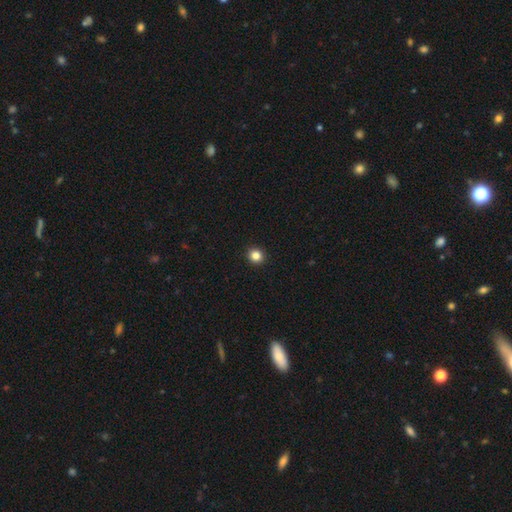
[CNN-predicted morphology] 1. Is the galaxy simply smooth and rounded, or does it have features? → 83% smooth, 12% star or artifact, 5% featured or disk.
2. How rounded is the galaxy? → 90% round, 10% in between, 1% cigar-shaped.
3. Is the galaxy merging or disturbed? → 94% none, 4% minor disturbance, 1% major disturbance, 1% merger.